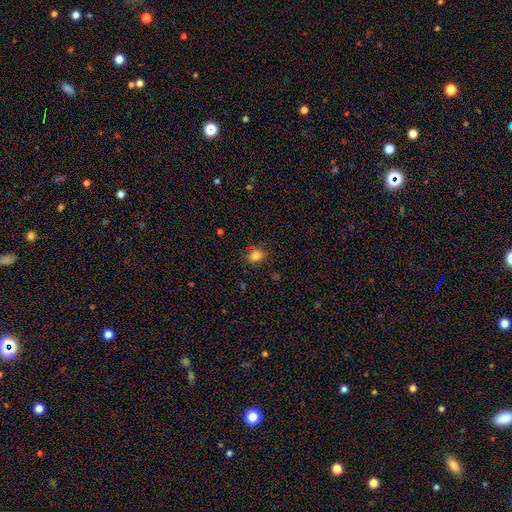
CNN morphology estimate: Smooth or featured?
  - smooth: 81% *
  - star or artifact: 13%
  - featured or disk: 5%
How rounded?
  - in between: 57% *
  - round: 42%
  - cigar-shaped: 1%
Merging?
  - none: 80% *
  - minor disturbance: 13%
  - major disturbance: 4%
  - merger: 3%